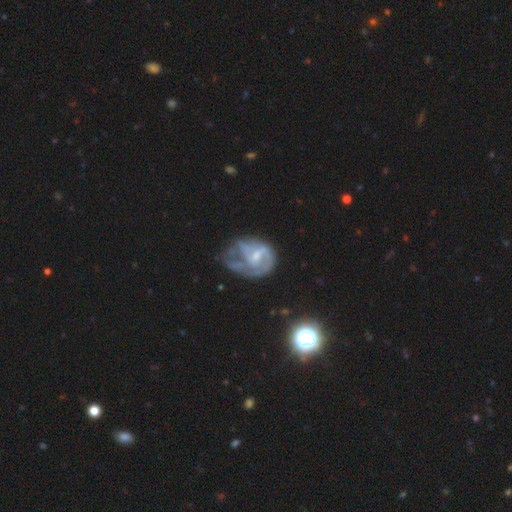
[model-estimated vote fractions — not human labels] A featured or disk galaxy (68%) with a weak bar (45%), spiral arms (65%) and a small central bulge (44%).

Vote fractions:
- Smooth or featured? featured or disk: 68% / smooth: 24% / star or artifact: 8%
- Edge-on disk? no: 98% / yes: 2%
- Bar? weak: 45% / no: 44% / strong: 11%
- Spiral arms? yes: 65% / no: 35%
- Bulge size? small: 44% / moderate: 31% / none: 21% / large: 3% / dominant: 1%
- Merging? major disturbance: 40% / none: 29% / minor disturbance: 25% / merger: 6%